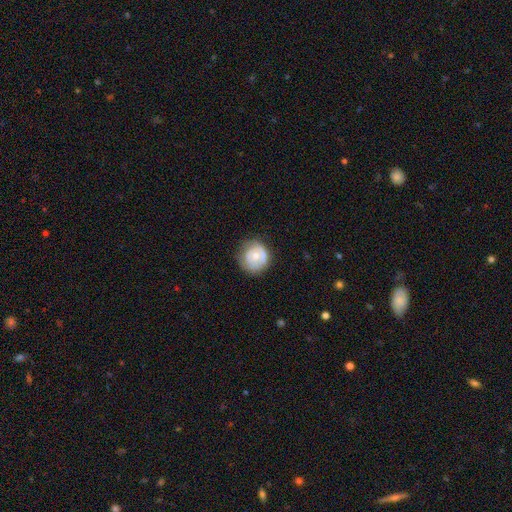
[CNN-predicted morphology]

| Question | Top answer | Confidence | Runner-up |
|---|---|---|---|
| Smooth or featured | smooth | 54% | featured or disk (39%) |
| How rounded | round | 87% | in between (12%) |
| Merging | none | 66% | minor disturbance (24%) |